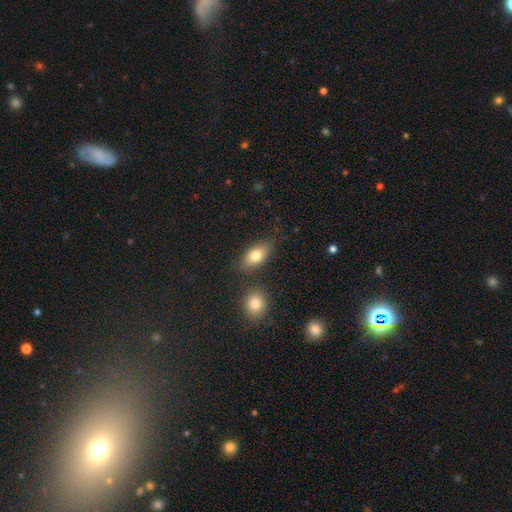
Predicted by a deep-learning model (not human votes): Smooth or featured: smooth — 80% (featured or disk — 12%)
How rounded: in between — 87% (round — 8%)
Merging: none — 77% (minor disturbance — 12%)